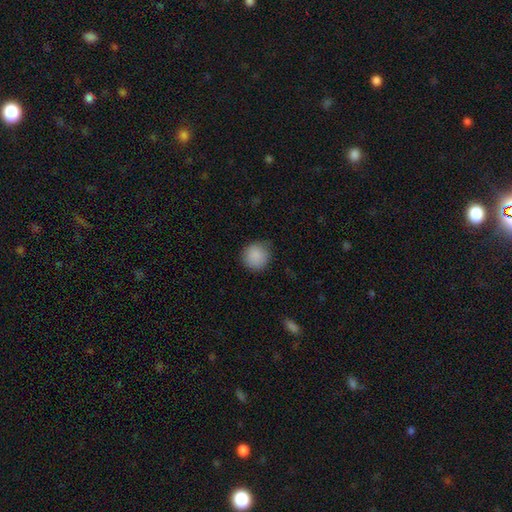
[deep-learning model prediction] This appears to be a smooth galaxy with no disk features (88%) that is round (92%). Merging: none (81%).